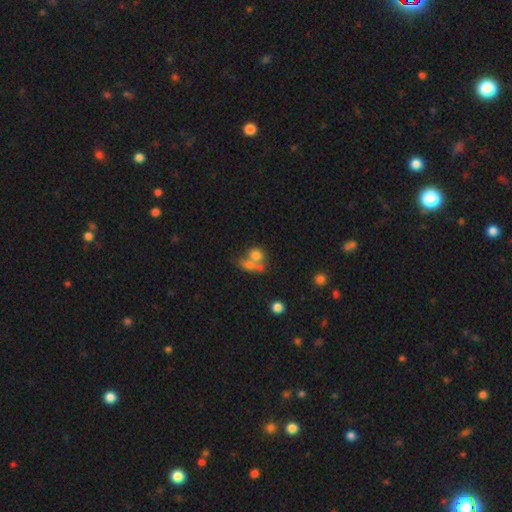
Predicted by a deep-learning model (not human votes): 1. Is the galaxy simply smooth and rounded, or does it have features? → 70% smooth, 18% featured or disk, 13% star or artifact.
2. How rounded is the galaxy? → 59% round, 38% in between, 3% cigar-shaped.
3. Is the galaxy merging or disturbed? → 57% merger, 28% none, 8% minor disturbance, 7% major disturbance.